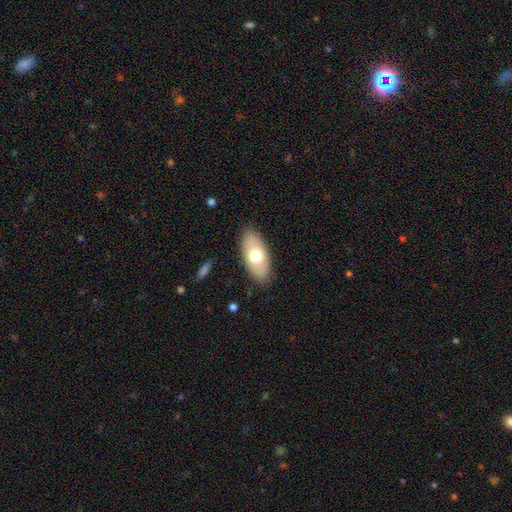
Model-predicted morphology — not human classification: Smooth or featured: smooth — 68% (featured or disk — 26%)
How rounded: in between — 90% (cigar-shaped — 7%)
Merging: none — 86% (minor disturbance — 10%)